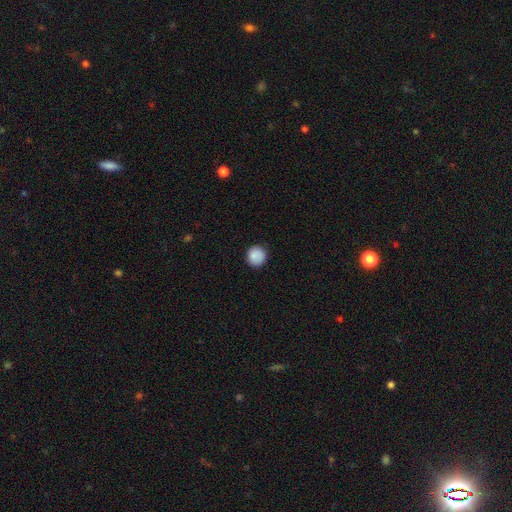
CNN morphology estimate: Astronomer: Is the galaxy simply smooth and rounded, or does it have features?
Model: smooth — 87%.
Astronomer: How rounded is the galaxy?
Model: round — 94%.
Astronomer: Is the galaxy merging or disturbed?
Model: none — 89%.